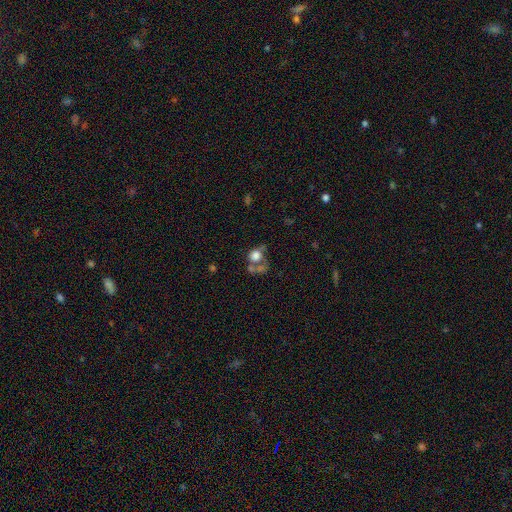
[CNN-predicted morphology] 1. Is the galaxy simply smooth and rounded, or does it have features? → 69% smooth, 18% featured or disk, 13% star or artifact.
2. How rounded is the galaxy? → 75% round, 24% in between, 1% cigar-shaped.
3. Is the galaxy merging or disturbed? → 37% merger, 34% none, 16% major disturbance, 12% minor disturbance.